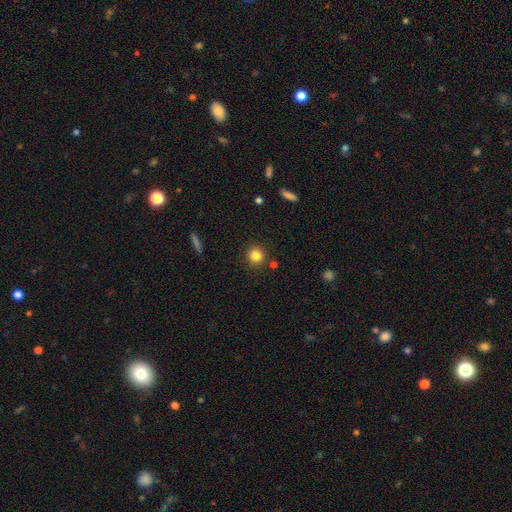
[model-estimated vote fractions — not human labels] Smooth or featured? smooth (83%)
How rounded? round (92%)
Merging? none (88%)